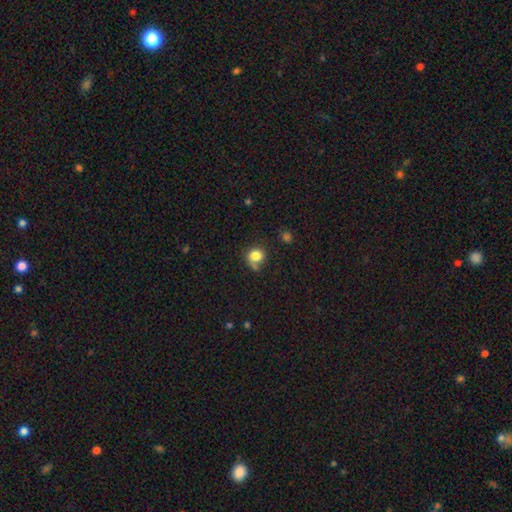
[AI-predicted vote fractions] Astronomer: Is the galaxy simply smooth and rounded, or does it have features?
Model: smooth — 81%.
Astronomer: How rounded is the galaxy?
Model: round — 81%.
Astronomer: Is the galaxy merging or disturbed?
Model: none — 57%.